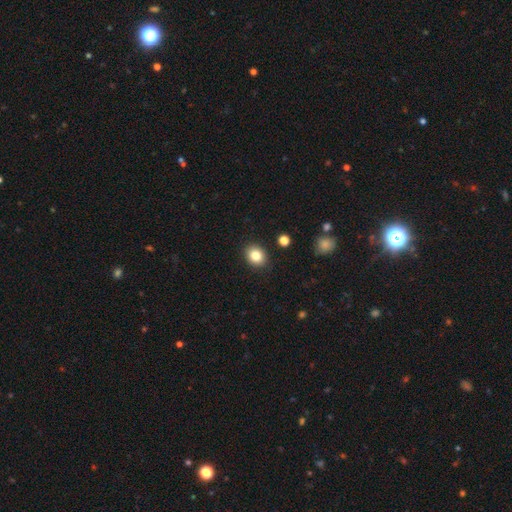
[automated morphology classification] Smooth or featured: smooth — 84% (star or artifact — 10%)
How rounded: round — 58% (in between — 41%)
Merging: none — 90% (minor disturbance — 7%)